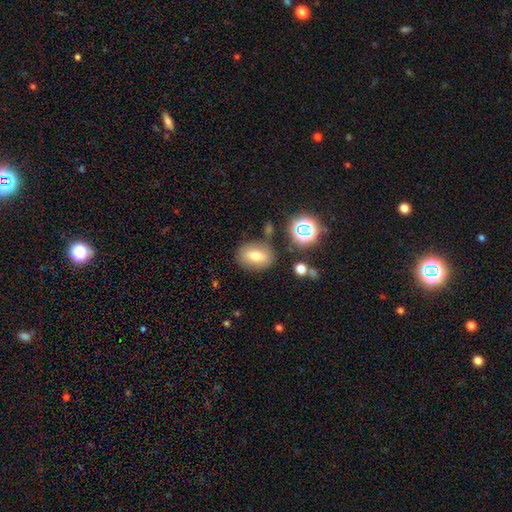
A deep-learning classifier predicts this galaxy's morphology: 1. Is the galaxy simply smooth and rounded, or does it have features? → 67% smooth, 18% featured or disk, 15% star or artifact.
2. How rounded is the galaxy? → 70% in between, 28% round, 2% cigar-shaped.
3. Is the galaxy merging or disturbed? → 76% none, 13% minor disturbance, 7% merger, 5% major disturbance.